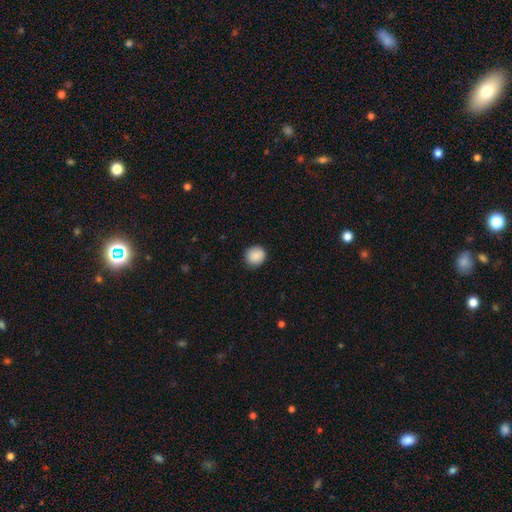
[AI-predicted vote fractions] A smooth galaxy with no disk features (89%) that is round (88%).

Vote fractions:
- Smooth or featured? smooth: 89% / star or artifact: 8% / featured or disk: 3%
- How rounded? round: 88% / in between: 11% / cigar-shaped: 1%
- Merging? none: 89% / minor disturbance: 8% / major disturbance: 2% / merger: 1%